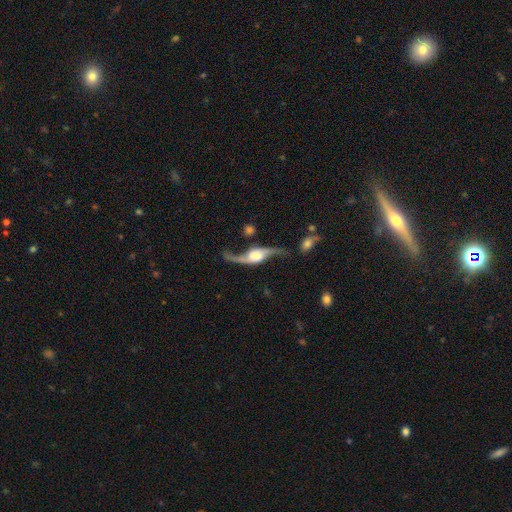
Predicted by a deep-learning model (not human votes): Morphology: type=featured or disk (88%); edge-on=no (83%); bar=no (55%); spiral arms=yes (96%); winding=loose (91%); arm count=2 (93%); bulge=large (33%); merging=none (65%).